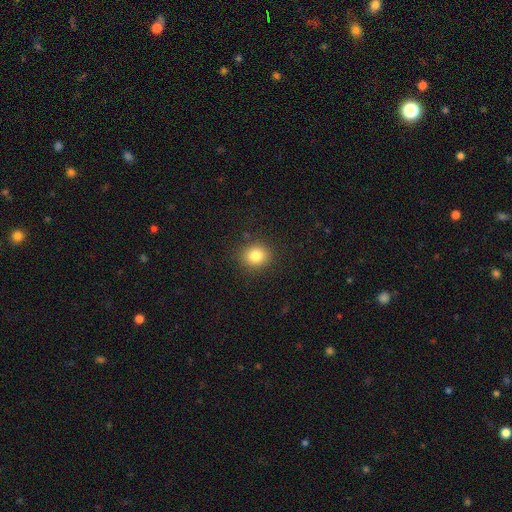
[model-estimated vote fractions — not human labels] smooth_or_featured: smooth (p=0.83) [alt: star or artifact p=0.11]
how_rounded: round (p=0.77) [alt: in between p=0.22]
merging: none (p=0.88) [alt: minor disturbance p=0.08]